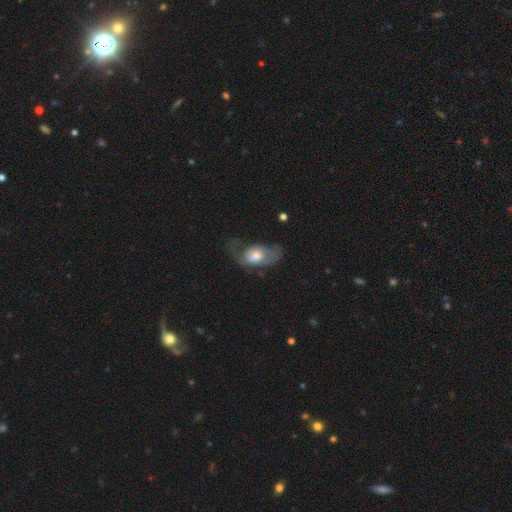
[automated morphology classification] A smooth galaxy with no disk features (55%) that is in between round and cigar-shaped (87%).

Vote fractions:
- Smooth or featured? smooth: 55% / featured or disk: 39% / star or artifact: 7%
- How rounded? in between: 87% / round: 10% / cigar-shaped: 3%
- Merging? major disturbance: 41% / none: 29% / minor disturbance: 27% / merger: 3%